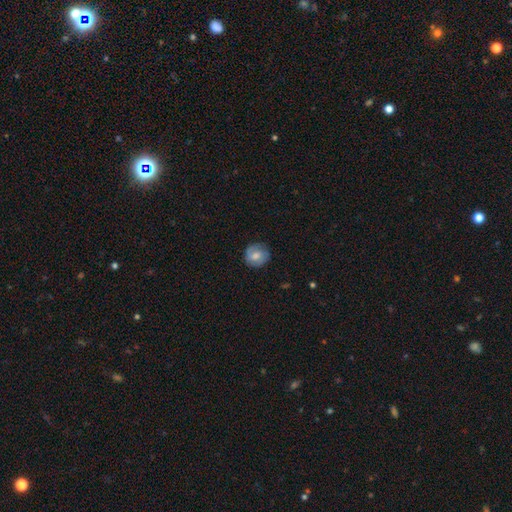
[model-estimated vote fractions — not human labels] A smooth galaxy with no disk features (60%) that is round (86%). Merging: none (80%).